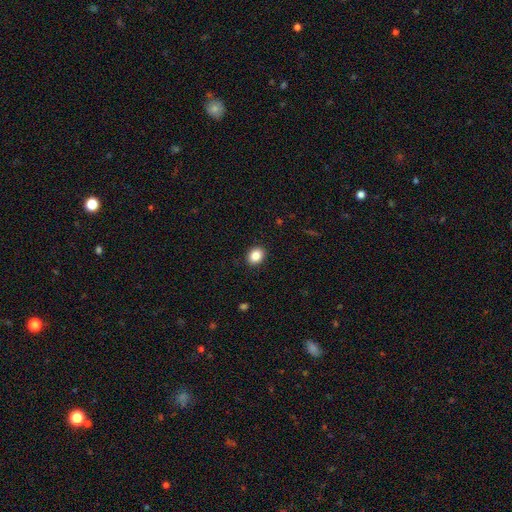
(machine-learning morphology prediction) Q: Smooth or featured?
A: smooth (86%); runner-up: star or artifact (9%)
Q: How rounded?
A: round (51%); runner-up: in between (48%)
Q: Merging?
A: none (91%); runner-up: minor disturbance (6%)